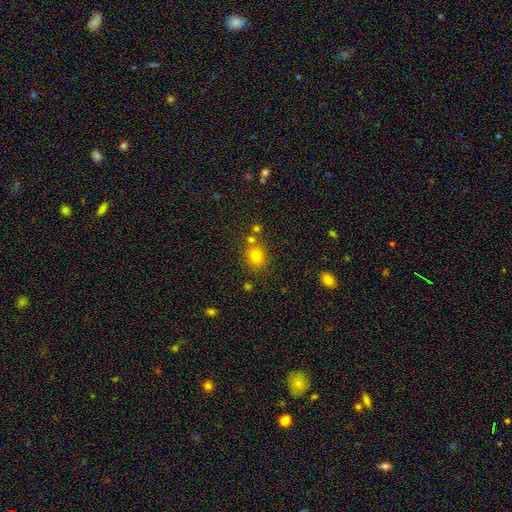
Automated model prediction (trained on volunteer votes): smooth 78%, star or artifact 14%, featured or disk 8%. Down the decision tree: how rounded — round (52%); merging — none (63%).